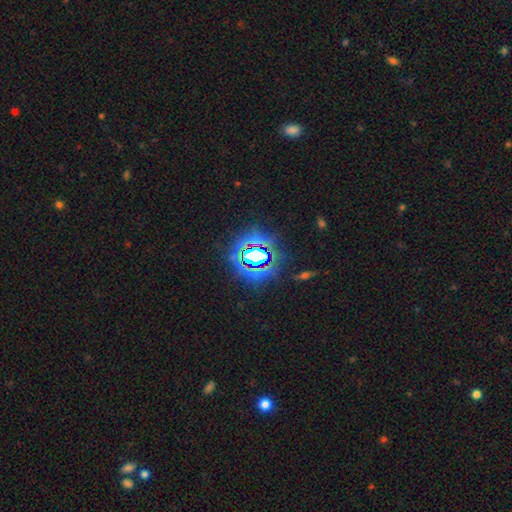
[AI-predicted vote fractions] Smooth or featured? star or artifact (77%)